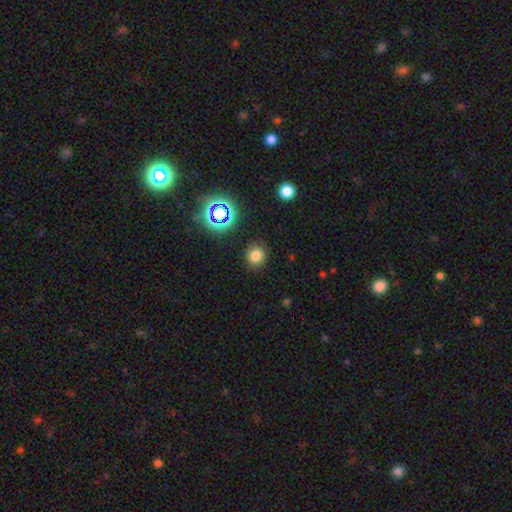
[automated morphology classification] This appears to be a smooth galaxy with no disk features (76%) that is round (81%). Merging: none (88%).